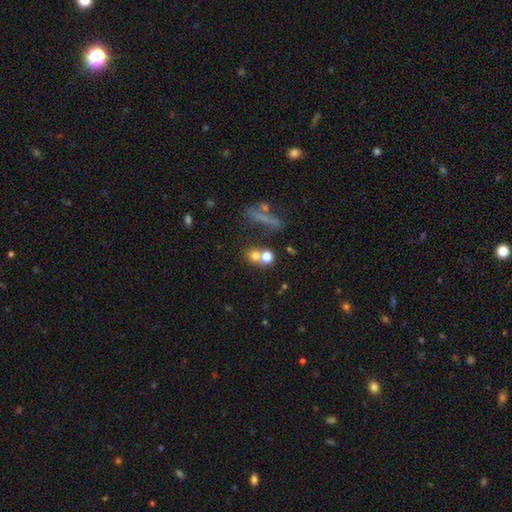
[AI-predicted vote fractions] Q: Smooth or featured?
A: smooth (68%); runner-up: star or artifact (17%)
Q: How rounded?
A: round (75%); runner-up: in between (20%)
Q: Merging?
A: none (48%); runner-up: merger (38%)